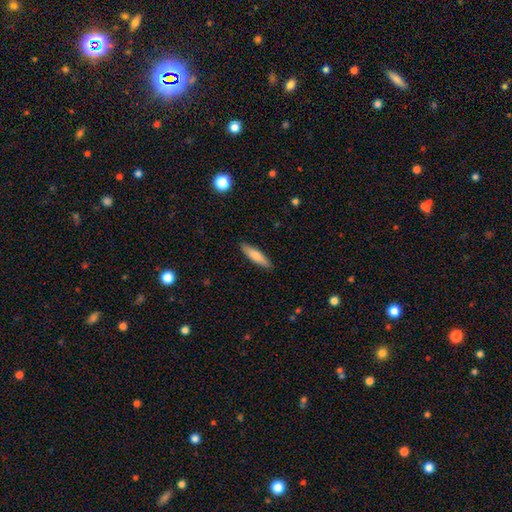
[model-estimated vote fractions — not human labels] Morphology: type=smooth (78%); roundness=cigar-shaped (72%); merging=none (89%).